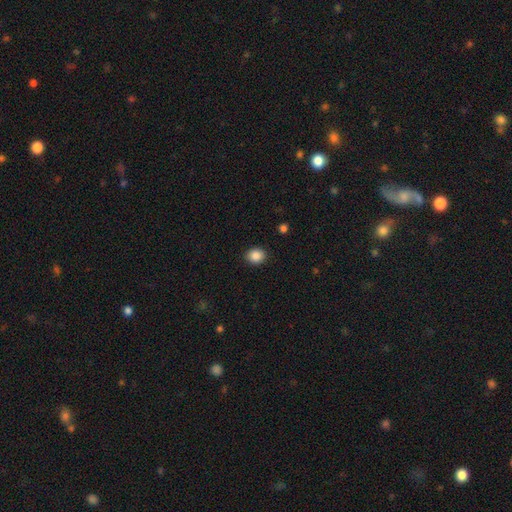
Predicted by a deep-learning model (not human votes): This is clearly a smooth galaxy (87%). How rounded: likely round (65%). Merging: clearly none (90%).